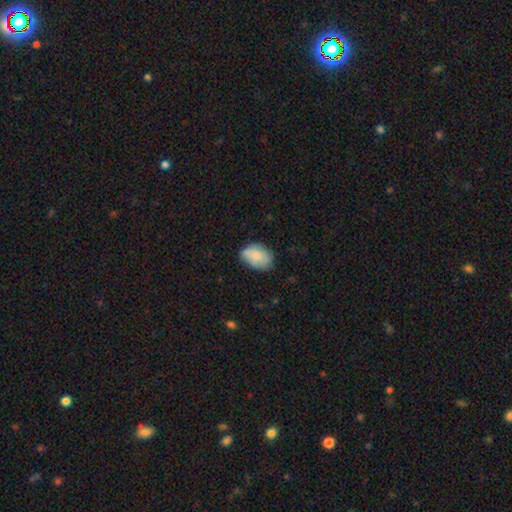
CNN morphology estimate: Smooth or featured: smooth — 71% (featured or disk — 22%)
How rounded: in between — 77% (round — 22%)
Merging: none — 61% (minor disturbance — 29%)